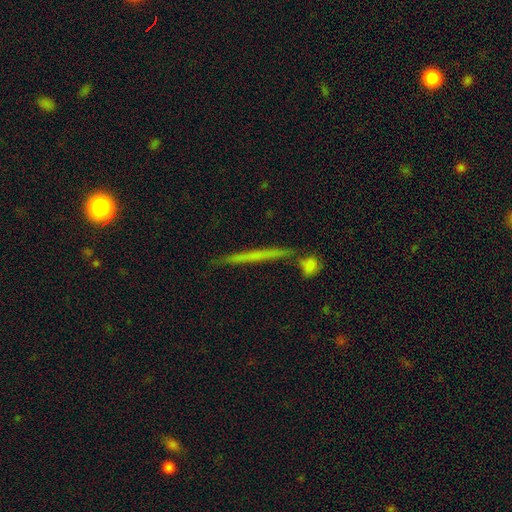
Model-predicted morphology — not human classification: A featured or disk galaxy (48%).

Vote fractions:
- Smooth or featured? featured or disk: 48% / smooth: 43% / star or artifact: 9%
- Merging? none: 80% / minor disturbance: 9% / merger: 7% / major disturbance: 3%